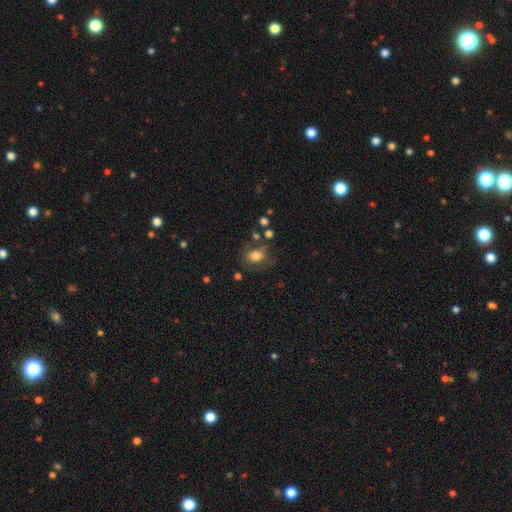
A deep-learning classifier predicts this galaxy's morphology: Q: Smooth or featured?
A: smooth (73%); runner-up: featured or disk (16%)
Q: How rounded?
A: in between (55%); runner-up: round (44%)
Q: Merging?
A: none (61%); runner-up: minor disturbance (21%)